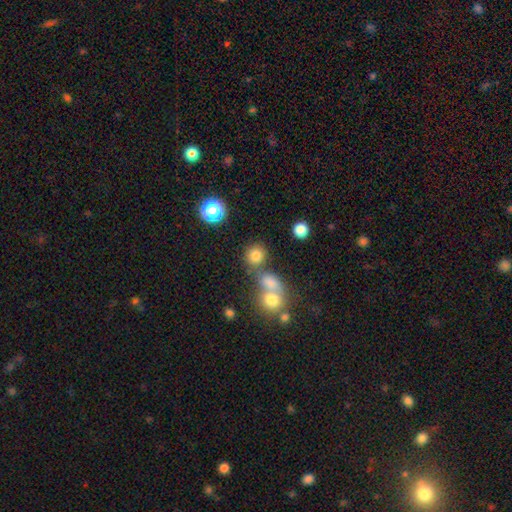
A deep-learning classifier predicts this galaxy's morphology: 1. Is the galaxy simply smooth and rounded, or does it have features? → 78% smooth, 15% star or artifact, 7% featured or disk.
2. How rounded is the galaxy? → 85% round, 14% in between, 1% cigar-shaped.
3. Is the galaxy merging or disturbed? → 65% none, 23% merger, 8% minor disturbance, 4% major disturbance.